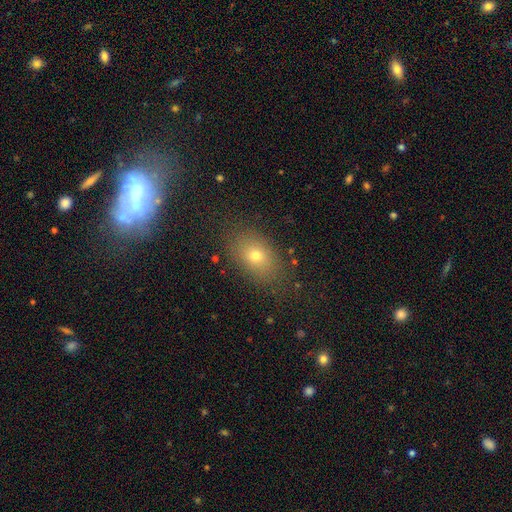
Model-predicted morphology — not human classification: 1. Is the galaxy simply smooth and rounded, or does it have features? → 72% smooth, 14% featured or disk, 14% star or artifact.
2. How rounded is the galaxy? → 78% in between, 20% round, 2% cigar-shaped.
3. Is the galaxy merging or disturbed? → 83% none, 11% minor disturbance, 5% major disturbance, 2% merger.